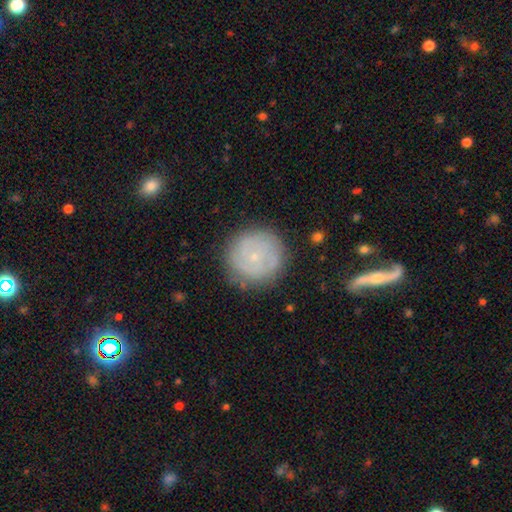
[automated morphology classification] Overall: featured or disk (61%; smooth 31%). Edge-on disk: no (98%). Bar: no (81%). Spiral arms: yes (81%). Bulge size: small (84%). Merging: none (82%).